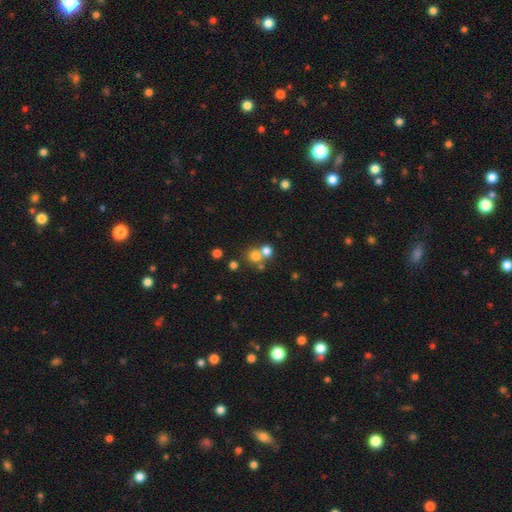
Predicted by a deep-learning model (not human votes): A smooth galaxy with no disk features (71%) that is round (88%). Merging: none (49%).